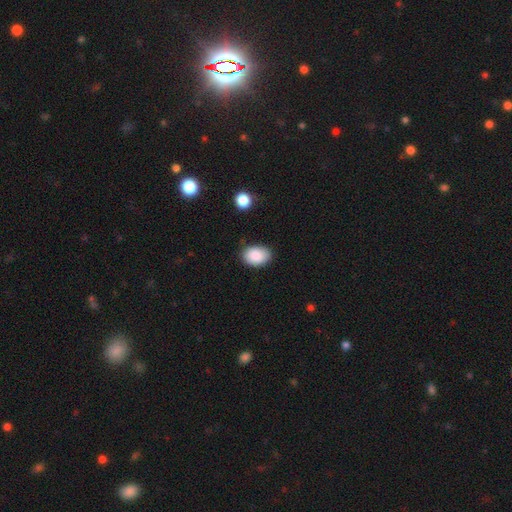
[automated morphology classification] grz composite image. It shows a smooth galaxy with no disk features (88%) that is in between round and cigar-shaped (82%). Merging: none (82%).